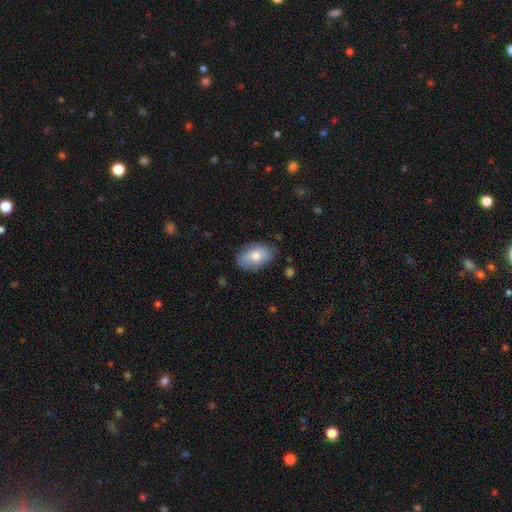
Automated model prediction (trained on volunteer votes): Smooth or featured?
  - smooth: 77% *
  - featured or disk: 16%
  - star or artifact: 7%
How rounded?
  - in between: 89% *
  - round: 9%
  - cigar-shaped: 1%
Merging?
  - none: 77% *
  - minor disturbance: 18%
  - major disturbance: 4%
  - merger: 2%